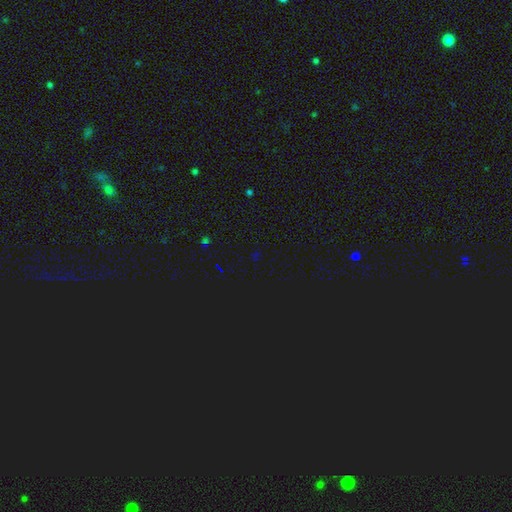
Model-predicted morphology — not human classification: Smooth or featured?
  - star or artifact: 75% *
  - smooth: 18%
  - featured or disk: 7%